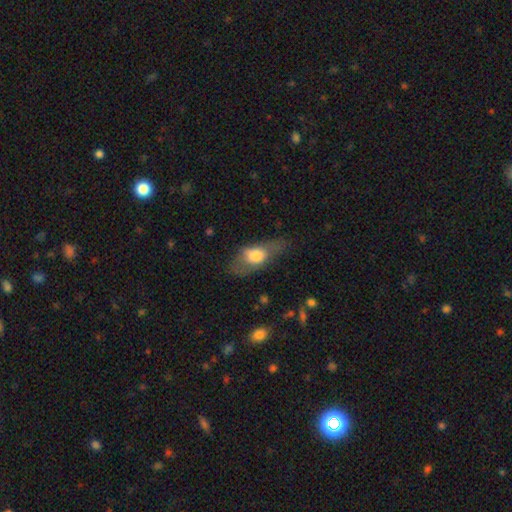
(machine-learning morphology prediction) smooth_or_featured: smooth (p=0.63) [alt: featured or disk p=0.30]
how_rounded: in between (p=0.82) [alt: cigar-shaped p=0.10]
merging: none (p=0.43) [alt: minor disturbance p=0.30]